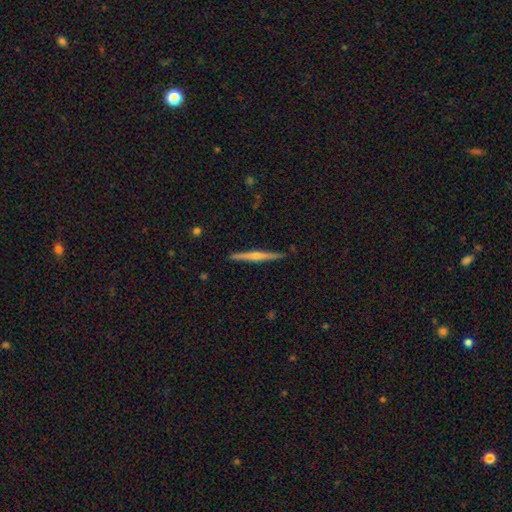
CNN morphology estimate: A featured or disk galaxy (76%) viewed edge-on (98%) with a rounded central bulge (80%).

Vote fractions:
- Smooth or featured? featured or disk: 76% / smooth: 17% / star or artifact: 7%
- Edge-on disk? yes: 98% / no: 2%
- Edge-on bulge? rounded: 80% / none: 14% / boxy: 7%
- Merging? none: 91% / minor disturbance: 7% / major disturbance: 1% / merger: 1%